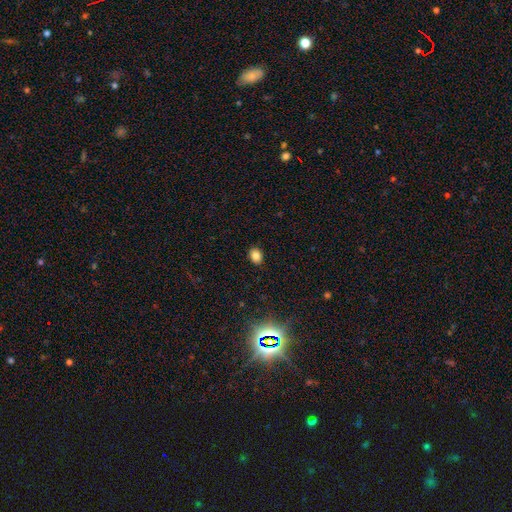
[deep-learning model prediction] Overall: smooth (82%). How rounded: in between (67%; round 32%). Merging: none (88%).